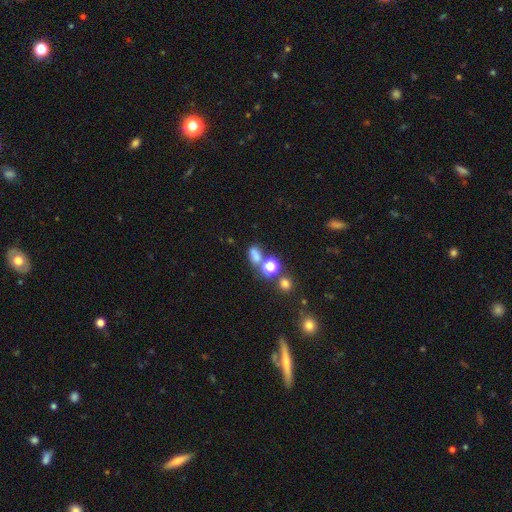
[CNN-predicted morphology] A smooth galaxy with no disk features (60%) that is in between round and cigar-shaped (55%).

Vote fractions:
- Smooth or featured? smooth: 60% / star or artifact: 28% / featured or disk: 12%
- How rounded? in between: 55% / round: 42% / cigar-shaped: 2%
- Merging? none: 44% / merger: 34% / minor disturbance: 13% / major disturbance: 9%